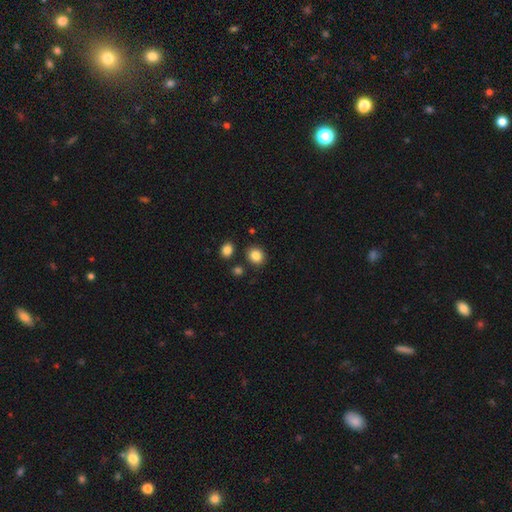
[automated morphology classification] smooth 86%, star or artifact 10%, featured or disk 4%. Down the decision tree: how rounded — round (75%); merging — none (85%).